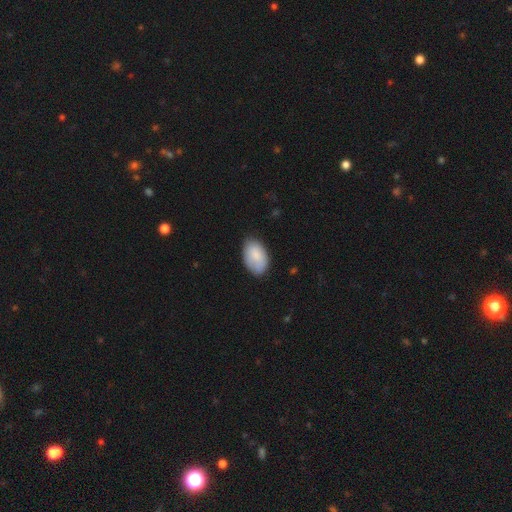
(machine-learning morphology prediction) smooth_or_featured: smooth (p=0.83) [alt: featured or disk p=0.11]
how_rounded: in between (p=0.92) [alt: round p=0.07]
merging: none (p=0.72) [alt: minor disturbance p=0.22]